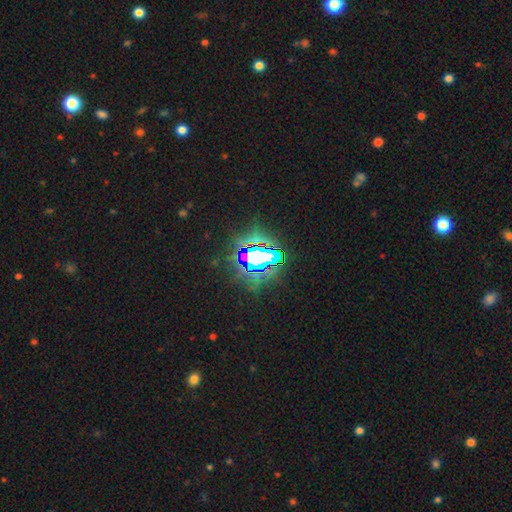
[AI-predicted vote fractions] Morphology: type=star or artifact (74%).